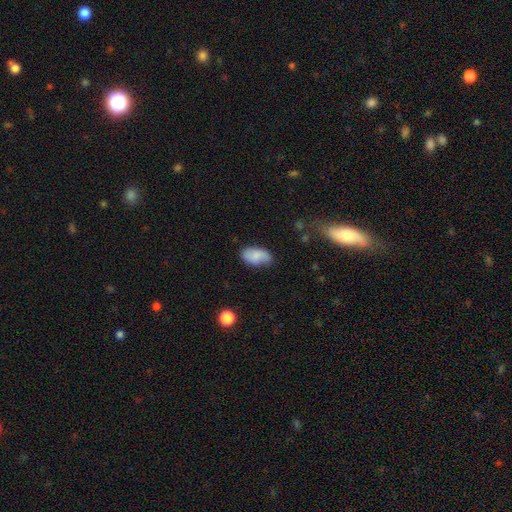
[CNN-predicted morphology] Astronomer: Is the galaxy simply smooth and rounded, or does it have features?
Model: smooth — 75%.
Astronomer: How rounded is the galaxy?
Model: in between — 93%.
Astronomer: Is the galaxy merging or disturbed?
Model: none — 66%.